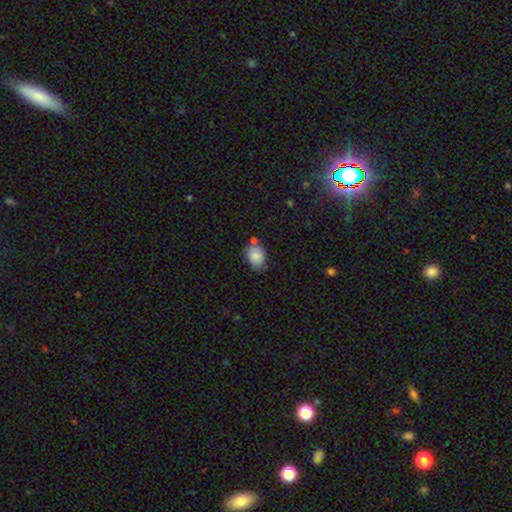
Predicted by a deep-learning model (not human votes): smooth_or_featured: smooth (p=0.83) [alt: featured or disk p=0.09]
how_rounded: in between (p=0.75) [alt: round p=0.24]
merging: none (p=0.59) [alt: minor disturbance p=0.23]